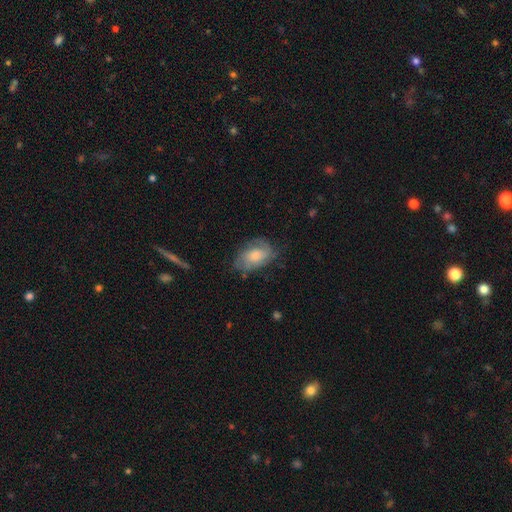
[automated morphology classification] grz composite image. It shows a featured or disk galaxy (49%). Merging: none (63%).